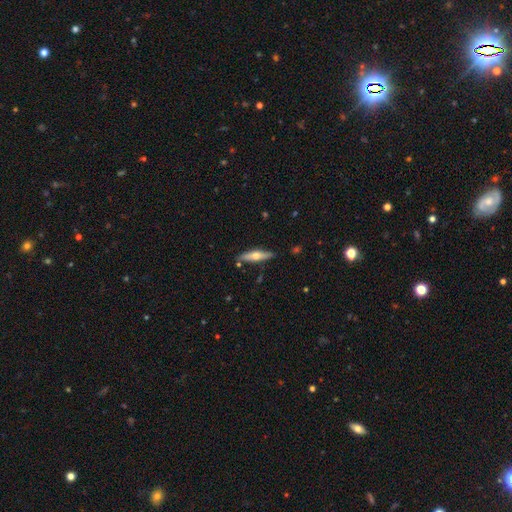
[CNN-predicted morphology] This appears to be a featured or disk galaxy (53%) viewed edge-on (92%). Merging: none (84%).